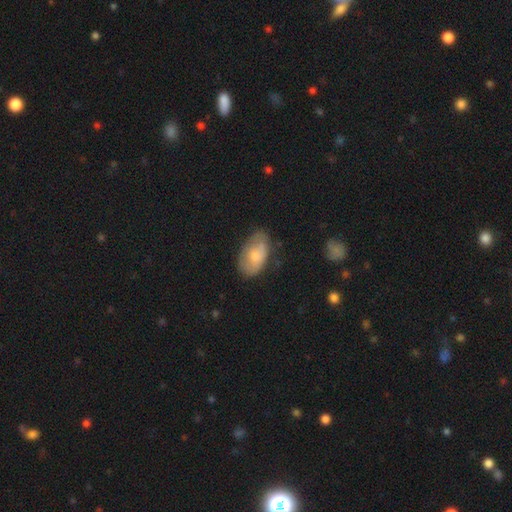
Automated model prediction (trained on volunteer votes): Smooth or featured? Predicted: smooth (p=0.59). How rounded? Predicted: in between (p=0.92). Merging? Predicted: none (p=0.56).